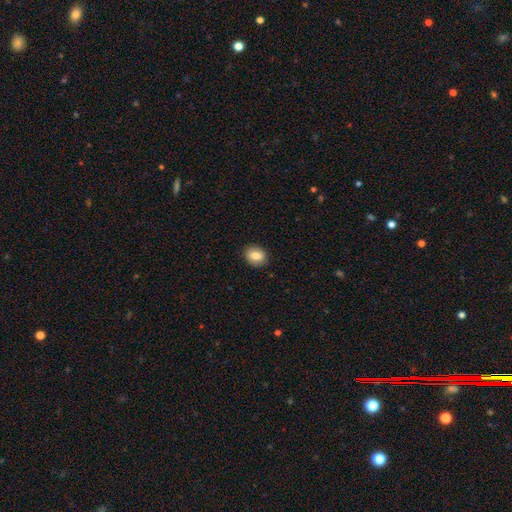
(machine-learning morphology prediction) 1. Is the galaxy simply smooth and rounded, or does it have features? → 83% smooth, 9% featured or disk, 8% star or artifact.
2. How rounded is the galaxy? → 53% in between, 46% round, 1% cigar-shaped.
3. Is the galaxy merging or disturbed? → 89% none, 8% minor disturbance, 2% major disturbance, 1% merger.